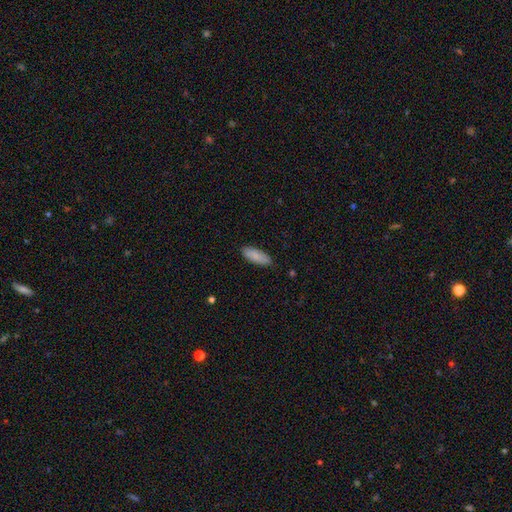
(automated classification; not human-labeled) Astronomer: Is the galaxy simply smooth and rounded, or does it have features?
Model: smooth — 83%.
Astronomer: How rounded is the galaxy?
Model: in between — 73%.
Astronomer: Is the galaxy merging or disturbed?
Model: none — 86%.